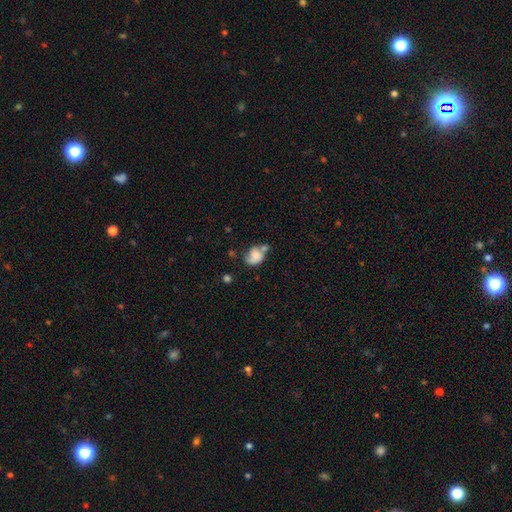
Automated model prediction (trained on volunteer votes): Smooth or featured?
  - smooth: 64% *
  - featured or disk: 26%
  - star or artifact: 10%
How rounded?
  - in between: 64% *
  - round: 34%
  - cigar-shaped: 1%
Merging?
  - merger: 34% *
  - none: 29%
  - minor disturbance: 23%
  - major disturbance: 14%